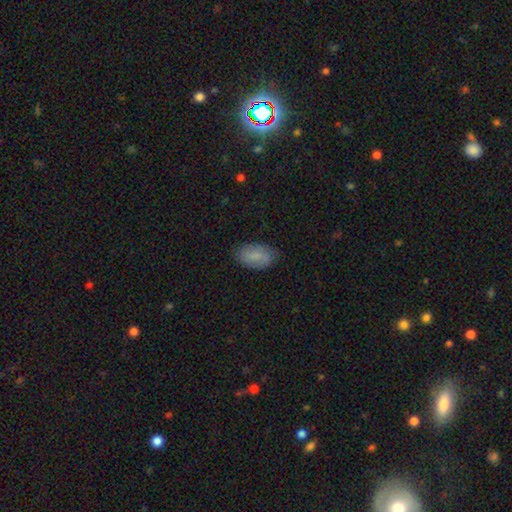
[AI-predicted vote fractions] smooth-or-featured: smooth: 74% | featured or disk: 19% | star or artifact: 7%
  how-rounded: in between: 92% | round: 6% | cigar-shaped: 2%
  merging: none: 78% | minor disturbance: 17% | major disturbance: 4% | merger: 1%